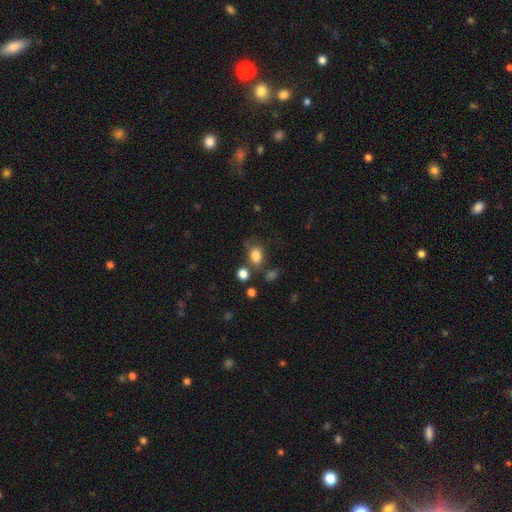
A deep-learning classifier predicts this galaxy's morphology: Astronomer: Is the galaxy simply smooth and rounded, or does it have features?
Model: smooth — 81%.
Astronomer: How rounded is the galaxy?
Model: in between — 63%.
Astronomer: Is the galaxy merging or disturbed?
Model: none — 61%.